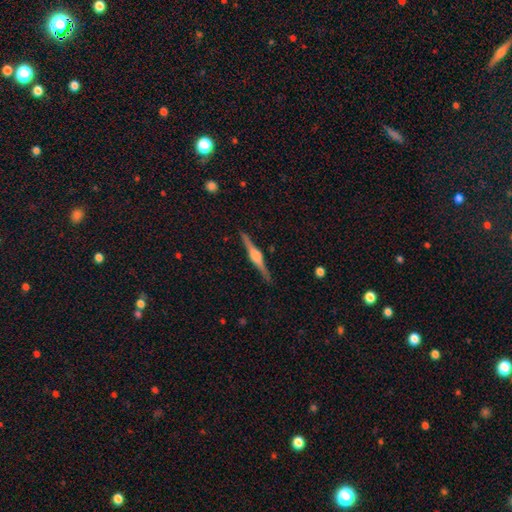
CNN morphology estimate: Smooth or featured? Predicted: featured or disk (p=0.82). Edge-on disk? Predicted: yes (p=0.98). Edge-on bulge? Predicted: rounded (p=0.83). Merging? Predicted: none (p=0.91).